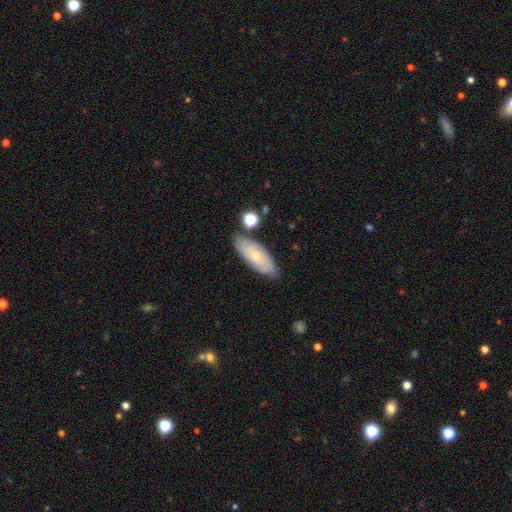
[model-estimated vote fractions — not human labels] Smooth or featured?
  - smooth: 56% *
  - featured or disk: 37%
  - star or artifact: 7%
How rounded?
  - in between: 75% *
  - cigar-shaped: 22%
  - round: 3%
Merging?
  - none: 77% *
  - minor disturbance: 15%
  - merger: 5%
  - major disturbance: 3%